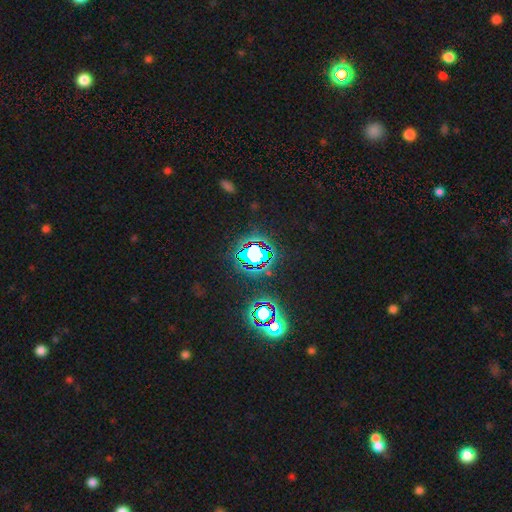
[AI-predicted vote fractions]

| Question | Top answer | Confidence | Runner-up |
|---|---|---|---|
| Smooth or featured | star or artifact | 74% | smooth (15%) |